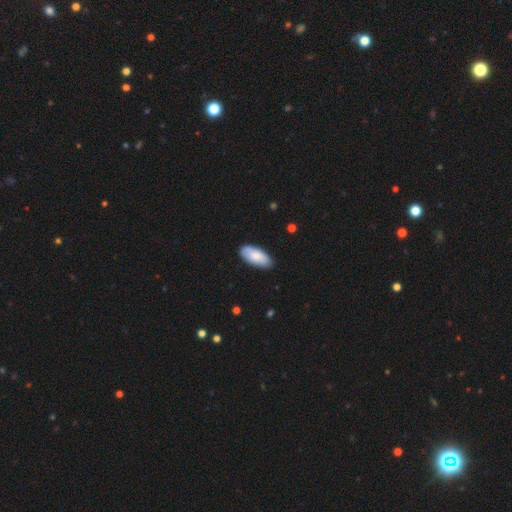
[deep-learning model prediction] Morphology: type=smooth (81%); roundness=in between (90%); merging=none (84%).